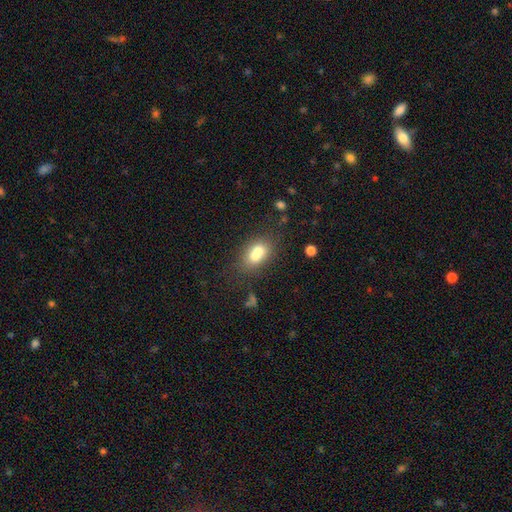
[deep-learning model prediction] Overall: smooth (69%). How rounded: in between (73%). Merging: merger (43%; none 39%).